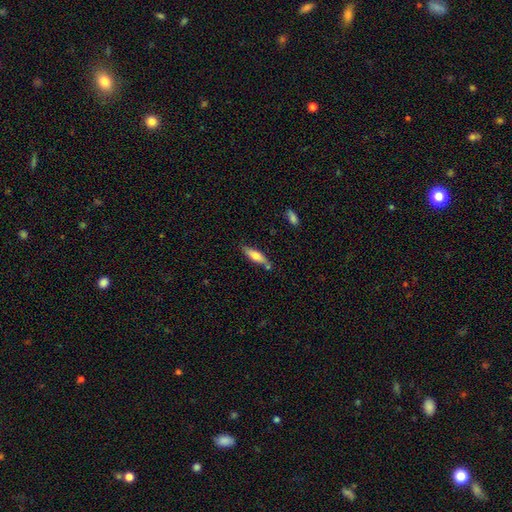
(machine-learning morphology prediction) Q: Smooth or featured?
A: smooth (64%); runner-up: featured or disk (30%)
Q: How rounded?
A: cigar-shaped (60%); runner-up: in between (39%)
Q: Merging?
A: none (72%); runner-up: minor disturbance (17%)